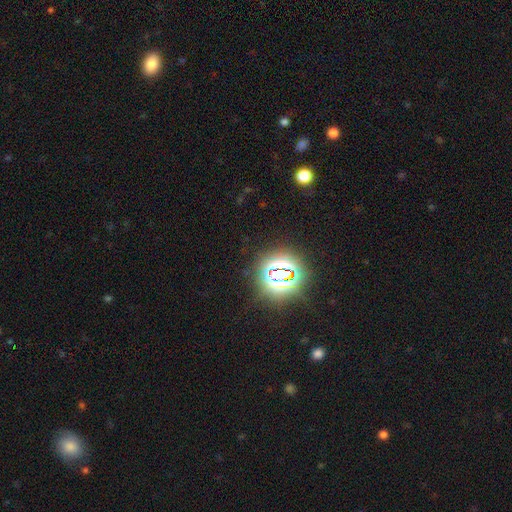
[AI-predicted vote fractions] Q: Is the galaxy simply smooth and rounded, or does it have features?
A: star or artifact — 79%.